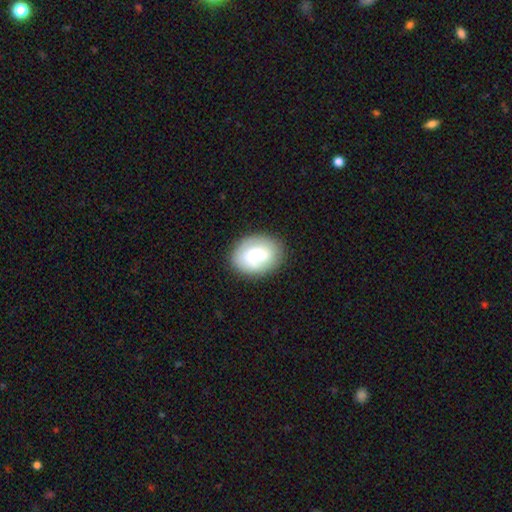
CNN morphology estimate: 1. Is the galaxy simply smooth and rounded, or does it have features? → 68% smooth, 24% featured or disk, 8% star or artifact.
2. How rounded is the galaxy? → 60% in between, 39% round, 1% cigar-shaped.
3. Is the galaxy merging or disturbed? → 77% none, 15% minor disturbance, 6% major disturbance, 2% merger.